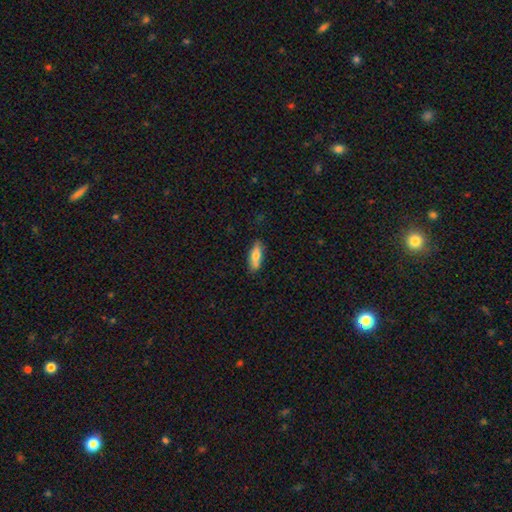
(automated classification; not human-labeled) Smooth or featured? Predicted: smooth (p=0.71). How rounded? Predicted: in between (p=0.53). Merging? Predicted: none (p=0.81).